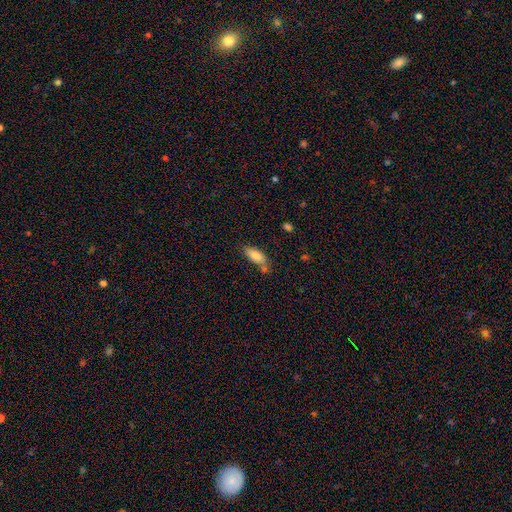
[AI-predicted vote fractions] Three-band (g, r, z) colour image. It shows a smooth galaxy with no disk features (80%) that is in between round and cigar-shaped (79%). Merging: none (55%).